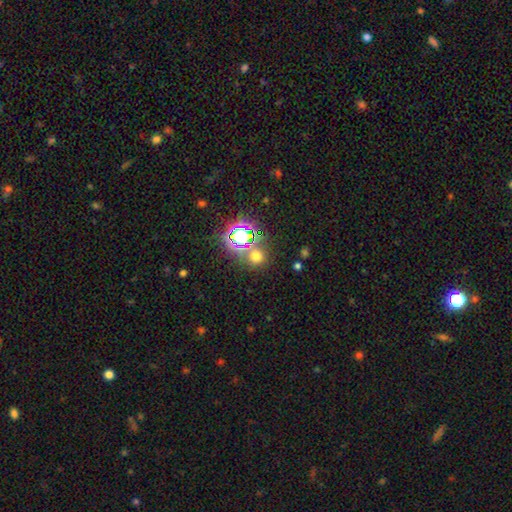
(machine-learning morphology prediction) Smooth or featured?
  - smooth: 54% *
  - star or artifact: 39%
  - featured or disk: 7%
How rounded?
  - round: 85% *
  - in between: 14%
  - cigar-shaped: 1%
Merging?
  - none: 75% *
  - merger: 12%
  - minor disturbance: 8%
  - major disturbance: 4%